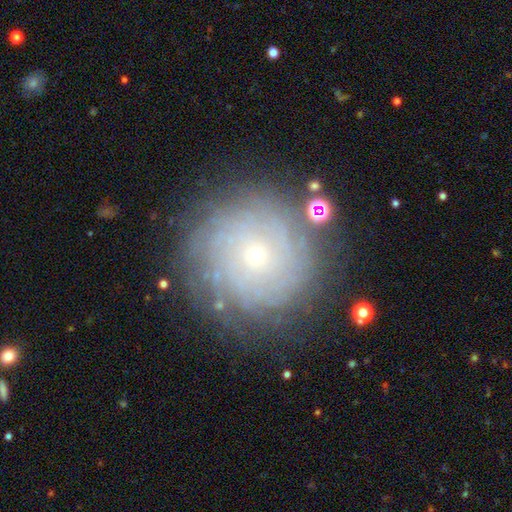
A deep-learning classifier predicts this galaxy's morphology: This is likely a featured or disk galaxy (70%). It is clearly not viewed edge-on (97%). Bar: clearly no (84%). Spiral arm pattern: clearly yes (89%). Spiral arm count: marginally can't tell (41%). Spiral winding: clearly tight (82%). Central bulge: likely small (79%). Merging: clearly none (81%).